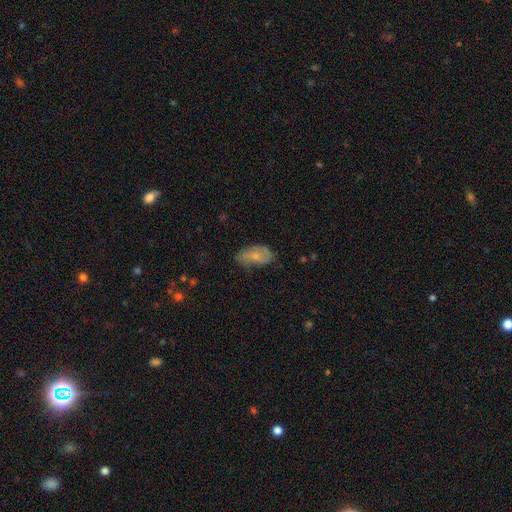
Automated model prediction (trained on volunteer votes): Morphology: type=smooth (63%); roundness=in between (92%); merging=none (60%).